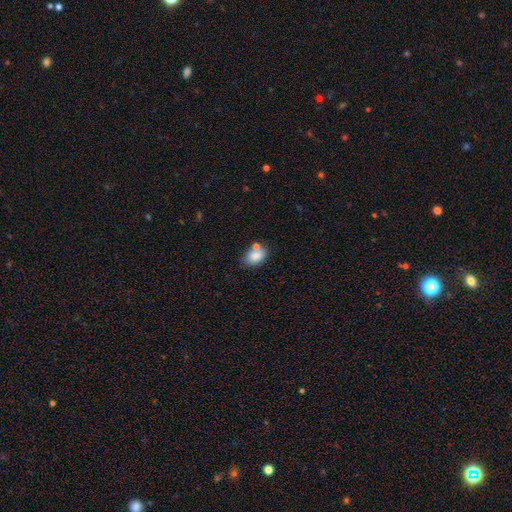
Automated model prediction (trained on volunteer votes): Morphology: type=smooth (82%); roundness=in between (82%); merging=none (60%).